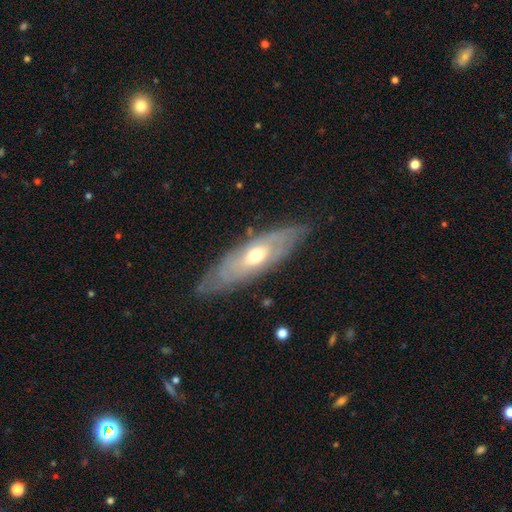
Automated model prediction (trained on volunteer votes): smooth_or_featured: featured or disk (p=0.67) [alt: smooth p=0.27]
disk_edge_on: no (p=0.70) [alt: yes p=0.30]
merging: none (p=0.77) [alt: minor disturbance p=0.17]